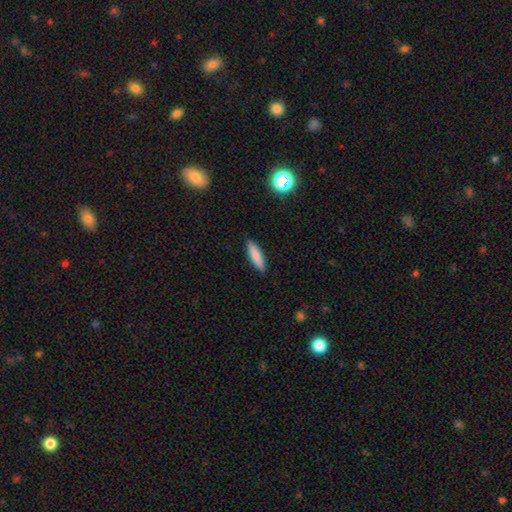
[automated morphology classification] Smooth or featured? smooth (82%)
How rounded? cigar-shaped (72%)
Merging? none (89%)